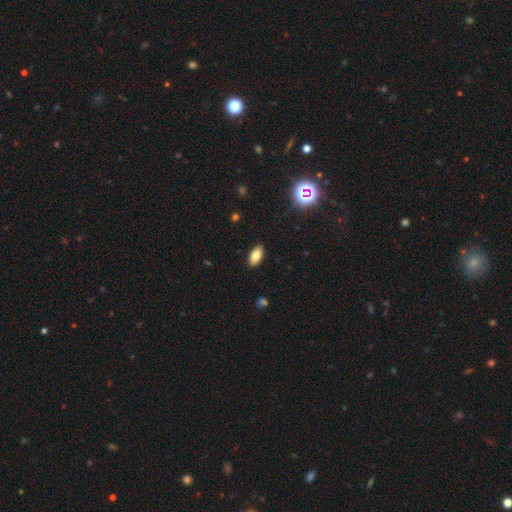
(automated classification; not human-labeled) A smooth galaxy with no disk features (81%) that is in between round and cigar-shaped (90%).

Vote fractions:
- Smooth or featured? smooth: 81% / featured or disk: 10% / star or artifact: 9%
- How rounded? in between: 90% / cigar-shaped: 7% / round: 3%
- Merging? none: 89% / minor disturbance: 8% / major disturbance: 2% / merger: 1%